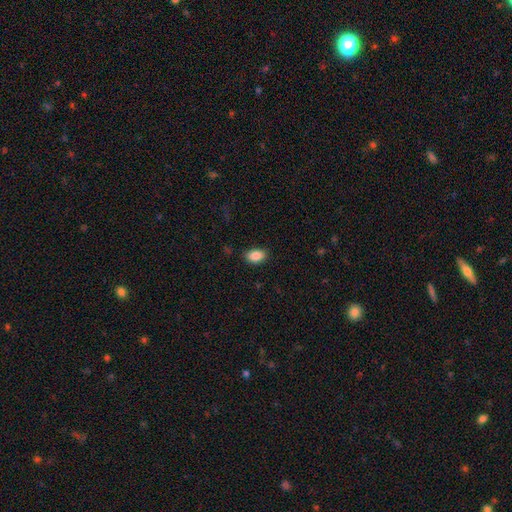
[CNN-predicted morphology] This is clearly a smooth galaxy (87%). How rounded: clearly in between (89%). Merging: clearly none (86%).